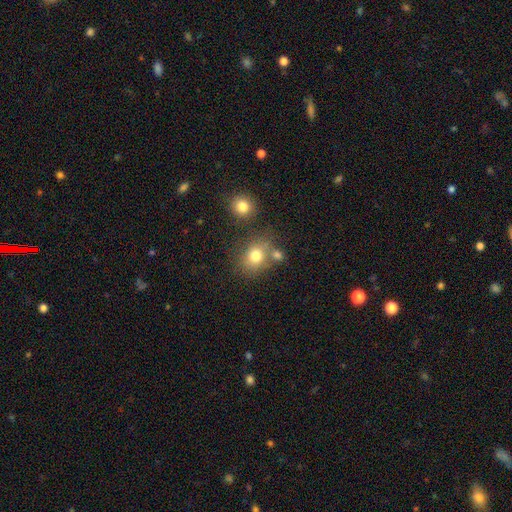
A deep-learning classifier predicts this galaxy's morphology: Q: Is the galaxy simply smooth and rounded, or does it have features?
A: smooth — 77%.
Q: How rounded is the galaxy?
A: round — 64%.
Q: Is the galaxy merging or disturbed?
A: none — 62%.